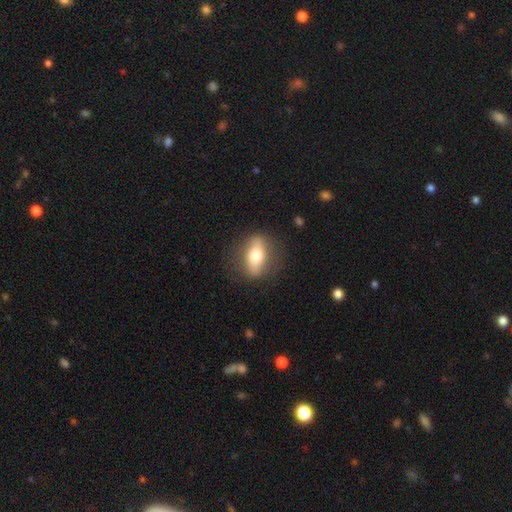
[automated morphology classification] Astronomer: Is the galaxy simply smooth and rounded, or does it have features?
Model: smooth — 55% (runner-up: featured or disk, 38%).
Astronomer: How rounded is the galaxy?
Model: in between — 70%.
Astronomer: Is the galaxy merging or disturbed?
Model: none — 82%.